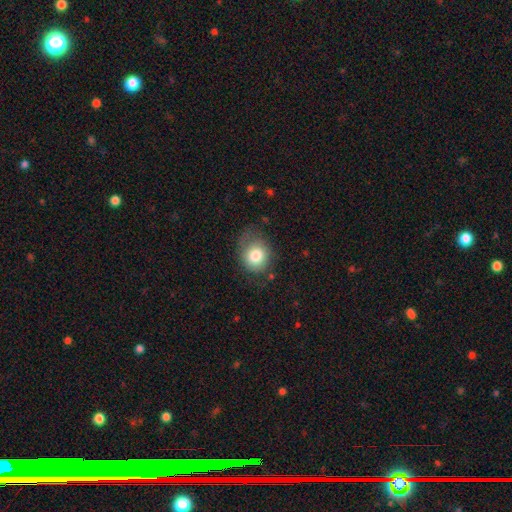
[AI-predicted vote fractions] Q: Smooth or featured?
A: smooth (78%); runner-up: featured or disk (13%)
Q: How rounded?
A: round (67%); runner-up: in between (32%)
Q: Merging?
A: none (60%); runner-up: minor disturbance (25%)